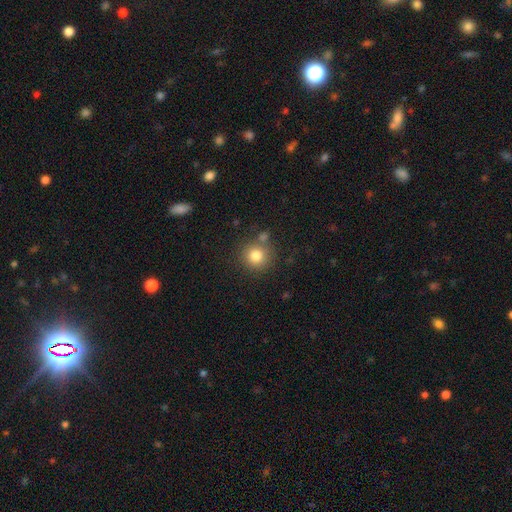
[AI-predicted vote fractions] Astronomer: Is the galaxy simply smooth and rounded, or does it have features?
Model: smooth — 81%.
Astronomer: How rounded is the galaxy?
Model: round — 92%.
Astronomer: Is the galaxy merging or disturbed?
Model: none — 76%.